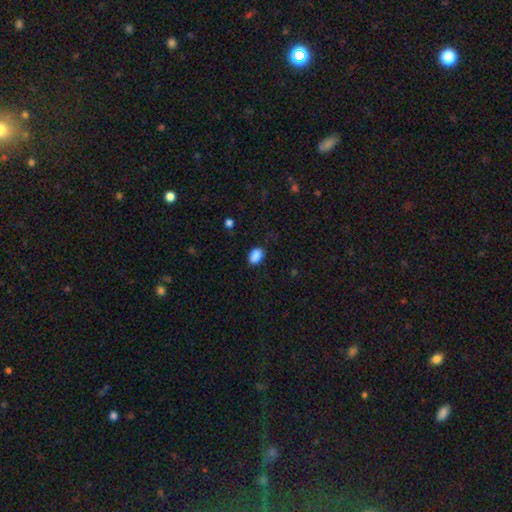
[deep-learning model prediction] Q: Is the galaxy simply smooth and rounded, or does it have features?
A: smooth — 88%.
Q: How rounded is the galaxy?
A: in between — 84%.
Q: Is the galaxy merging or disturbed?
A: none — 81%.